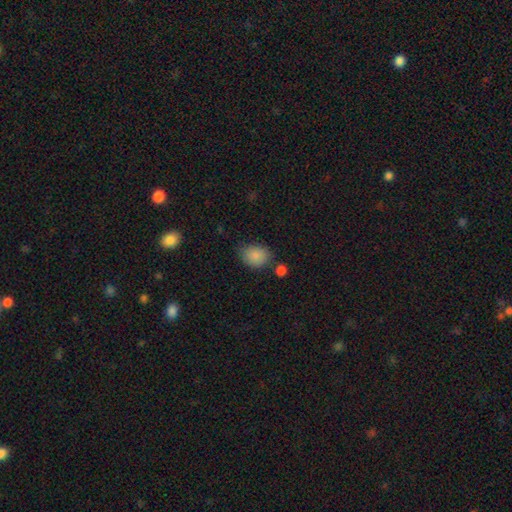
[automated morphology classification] smooth_or_featured: smooth (p=0.87) [alt: star or artifact p=0.08]
how_rounded: in between (p=0.59) [alt: round p=0.40]
merging: none (p=0.71) [alt: minor disturbance p=0.19]